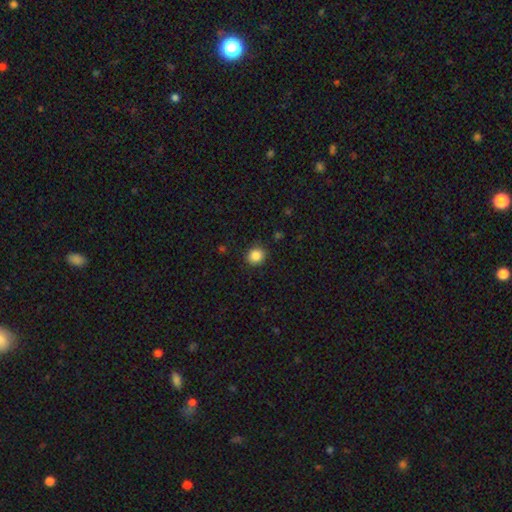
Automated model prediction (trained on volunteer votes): Smooth or featured? smooth (86%)
How rounded? round (82%)
Merging? none (89%)